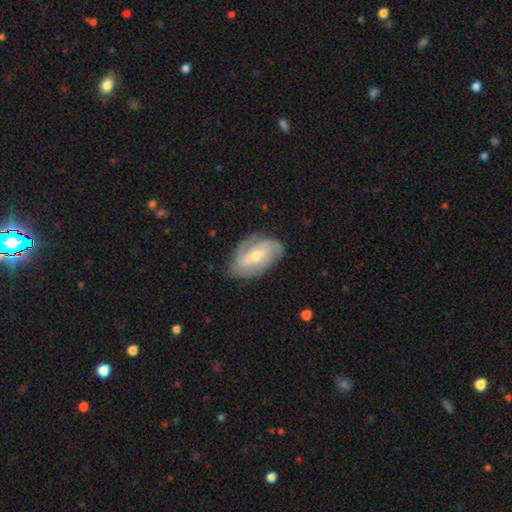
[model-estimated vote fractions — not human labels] Overall: featured or disk (75%). Edge-on disk: no (95%). Bar: weak (39%, tied with no). Spiral arms: yes (90%). Spiral arm count: 2 (40%; 3 24%). Spiral winding: tight (40%, tied with medium). Bulge size: moderate (50%; small 47%). Merging: none (71%).